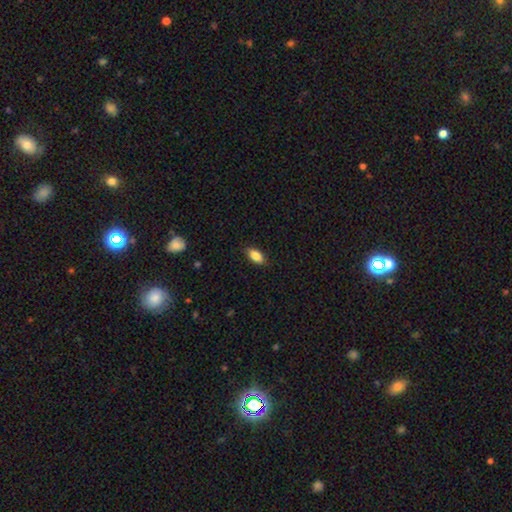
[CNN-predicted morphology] smooth_or_featured: smooth (p=0.84) [alt: featured or disk p=0.08]
how_rounded: in between (p=0.88) [alt: cigar-shaped p=0.08]
merging: none (p=0.84) [alt: minor disturbance p=0.12]